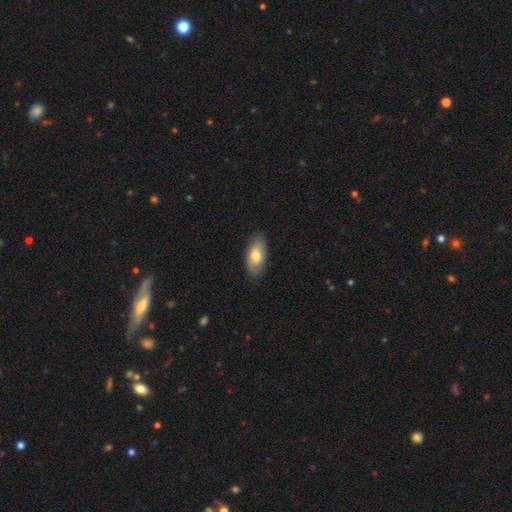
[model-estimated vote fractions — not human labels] Smooth or featured? smooth (71%)
How rounded? in between (89%)
Merging? none (84%)